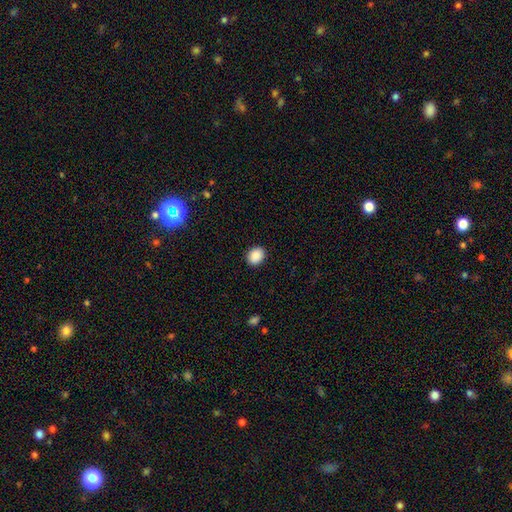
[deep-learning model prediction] Overall: smooth (90%). How rounded: in between (53%; round 46%). Merging: none (90%).